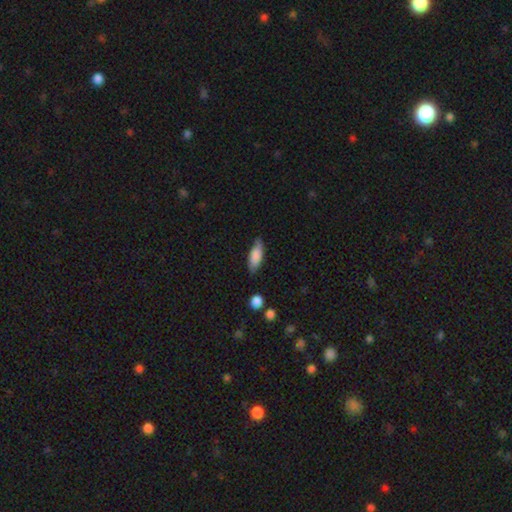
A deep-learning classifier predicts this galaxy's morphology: smooth-or-featured: smooth: 81% | featured or disk: 13% | star or artifact: 6%
  how-rounded: in between: 71% | cigar-shaped: 27% | round: 2%
  merging: none: 75% | minor disturbance: 19% | major disturbance: 4% | merger: 2%